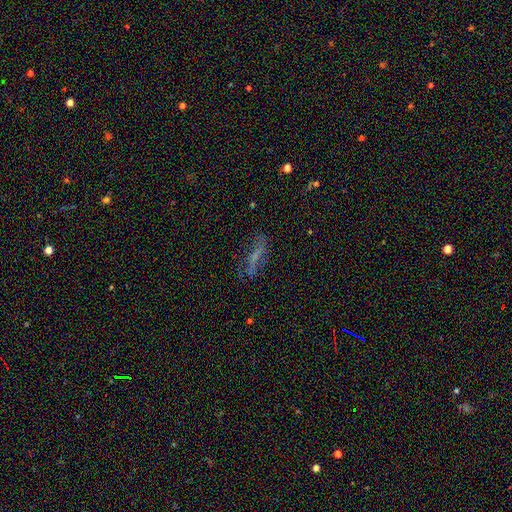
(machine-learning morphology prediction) smooth_or_featured: smooth (p=0.42) [alt: featured or disk p=0.38]
merging: none (p=0.64) [alt: minor disturbance p=0.21]